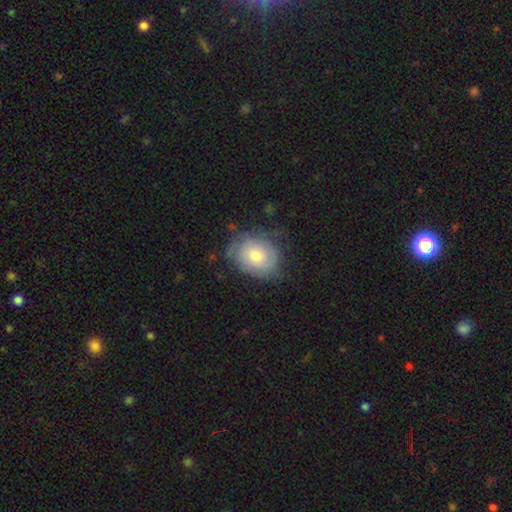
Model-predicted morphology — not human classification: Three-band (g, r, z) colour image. It shows a smooth galaxy with no disk features (55%) that is round (53%). Merging: none (66%).